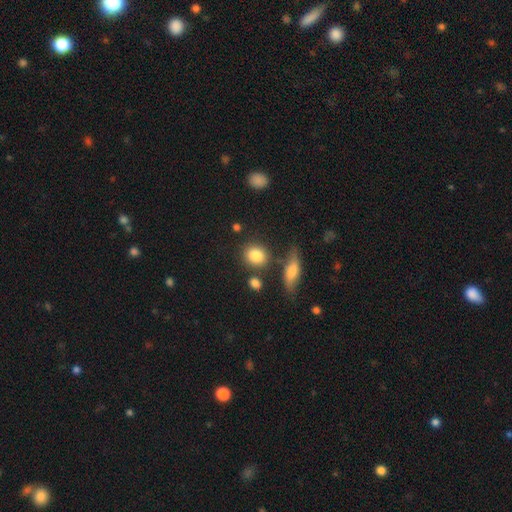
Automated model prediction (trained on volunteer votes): smooth-or-featured: smooth: 83% | star or artifact: 8% | featured or disk: 8%
  how-rounded: round: 65% | in between: 33% | cigar-shaped: 3%
  merging: none: 74% | minor disturbance: 12% | merger: 10% | major disturbance: 4%